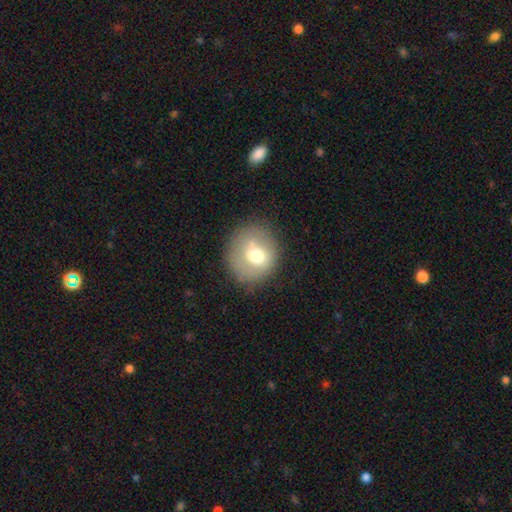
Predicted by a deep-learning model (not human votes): Overall: smooth (65%). How rounded: round (78%). Merging: none (66%).